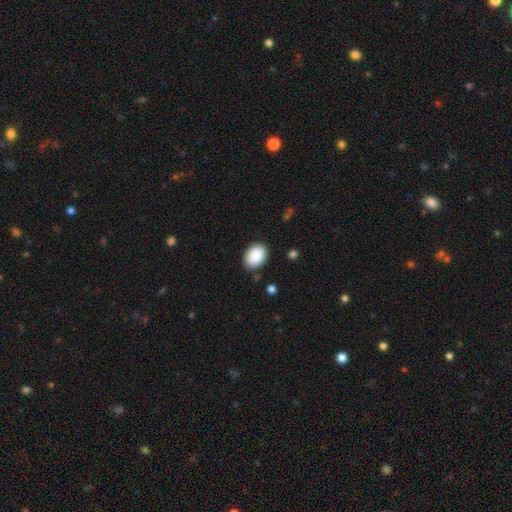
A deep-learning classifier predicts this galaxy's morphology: smooth 90%, star or artifact 7%, featured or disk 3%. Down the decision tree: how rounded — in between (79%); merging — none (87%).